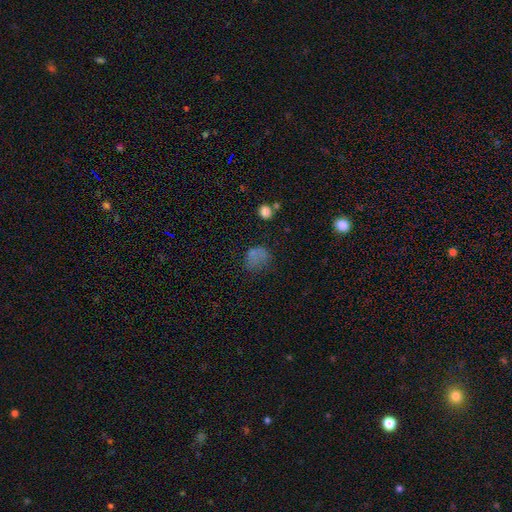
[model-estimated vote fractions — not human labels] A smooth galaxy with no disk features (64%) that is in between round and cigar-shaped (52%). Merging: none (44%).